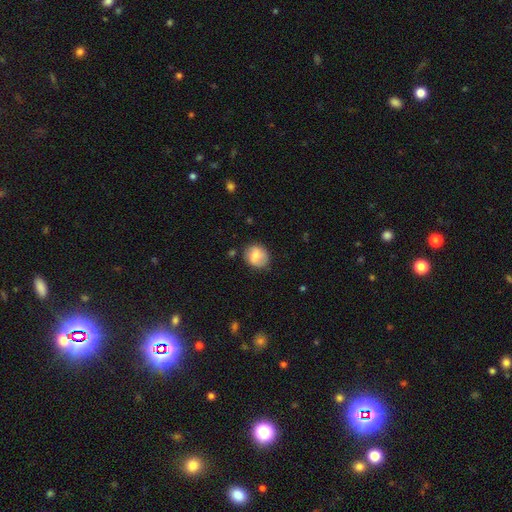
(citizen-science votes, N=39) Volunteers were most divided on "how rounded": round: 67%, in between: 33%, cigar-shaped: 0%. More confident: smooth or featured — smooth (77%); merging — none (68%).